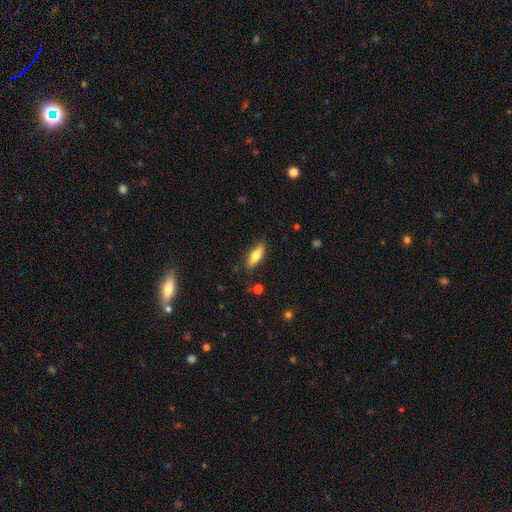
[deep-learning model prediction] Morphology: type=smooth (68%); roundness=in between (51%); merging=none (85%).